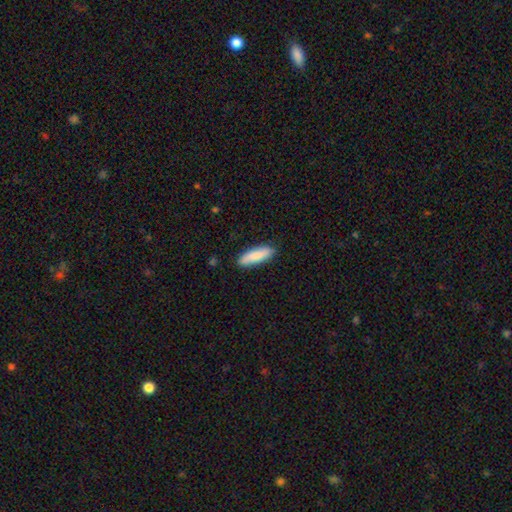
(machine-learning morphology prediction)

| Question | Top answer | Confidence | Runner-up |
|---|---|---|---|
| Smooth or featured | smooth | 83% | featured or disk (12%) |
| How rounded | cigar-shaped | 56% | in between (42%) |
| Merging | none | 87% | minor disturbance (10%) |